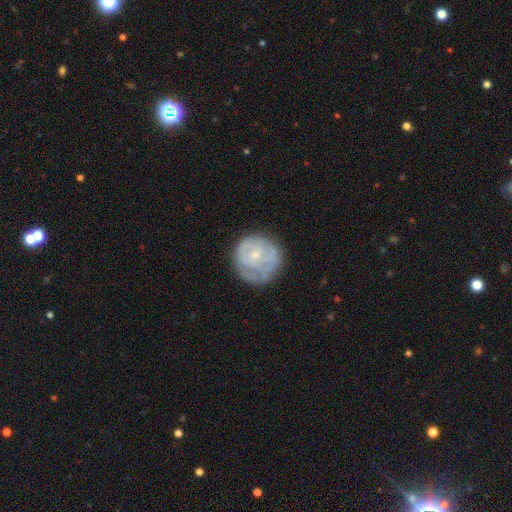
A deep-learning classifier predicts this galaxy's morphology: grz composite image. It shows a featured or disk galaxy (54%) with no bar (78%), spiral arms (51%) and a small central bulge (70%). Merging: none (61%).